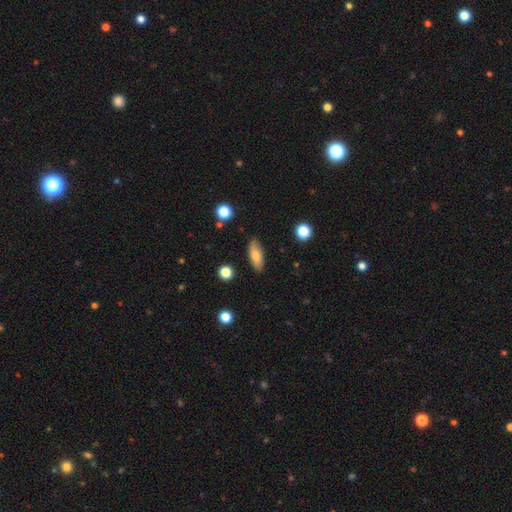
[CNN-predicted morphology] Smooth or featured? Predicted: smooth (p=0.76). How rounded? Predicted: in between (p=0.72). Merging? Predicted: none (p=0.83).